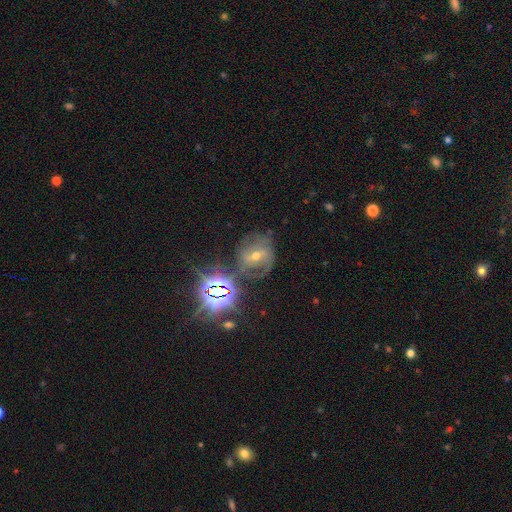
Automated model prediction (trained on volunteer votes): A featured or disk galaxy (53%) with a weak bar (42%), spiral arms (87%) and a small central bulge (51%).

Vote fractions:
- Smooth or featured? featured or disk: 53% / star or artifact: 36% / smooth: 11%
- Edge-on disk? no: 94% / yes: 6%
- Bar? weak: 42% / strong: 31% / no: 27%
- Spiral arms? yes: 87% / no: 13%
- Bulge size? small: 51% / moderate: 45% / large: 2% / none: 1% / dominant: 1%
- Merging? none: 69% / minor disturbance: 17% / major disturbance: 10% / merger: 4%